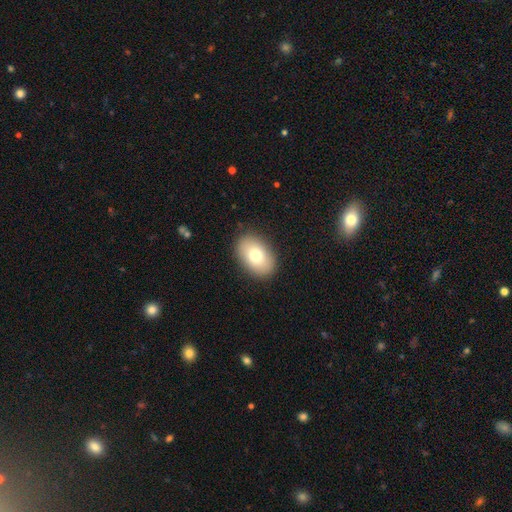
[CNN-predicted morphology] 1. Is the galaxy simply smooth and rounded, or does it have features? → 77% smooth, 15% featured or disk, 8% star or artifact.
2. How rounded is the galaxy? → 87% in between, 12% round, 1% cigar-shaped.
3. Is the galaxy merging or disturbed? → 88% none, 8% minor disturbance, 2% major disturbance, 1% merger.